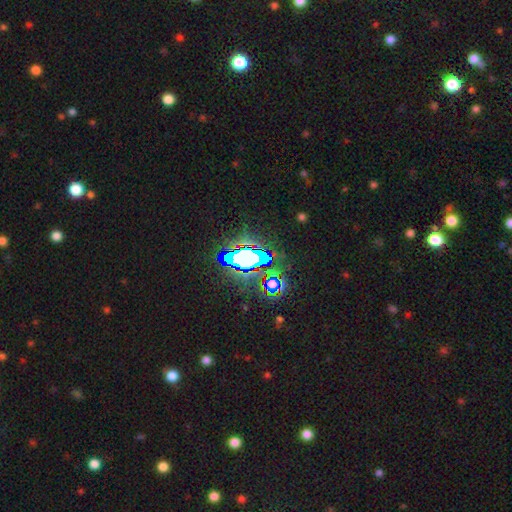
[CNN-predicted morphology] Overall: star or artifact (81%).